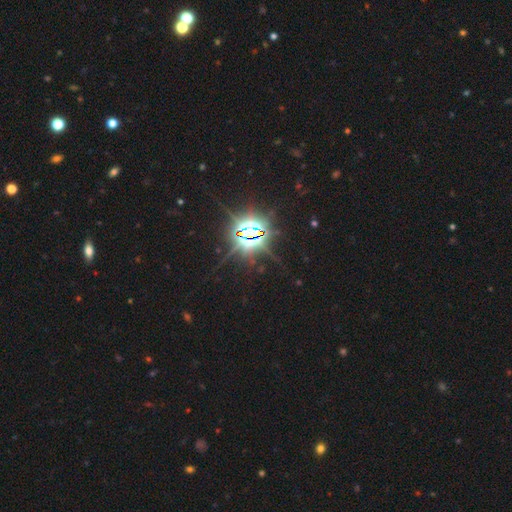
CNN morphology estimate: The model was most divided on "smooth or featured": star or artifact: 87%, smooth: 8%, featured or disk: 5%.